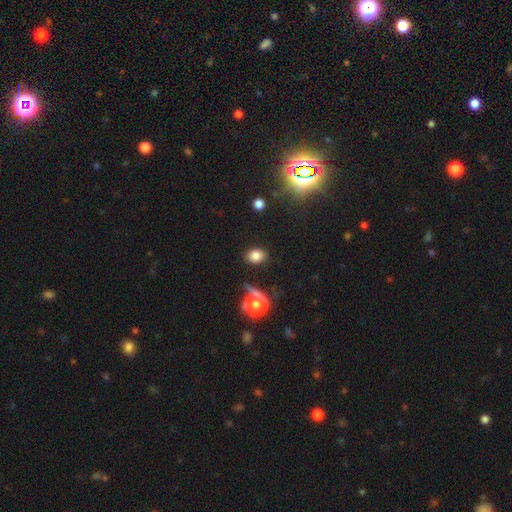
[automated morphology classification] This appears to be a smooth galaxy with no disk features (78%) that is in between round and cigar-shaped (64%). Merging: none (80%).